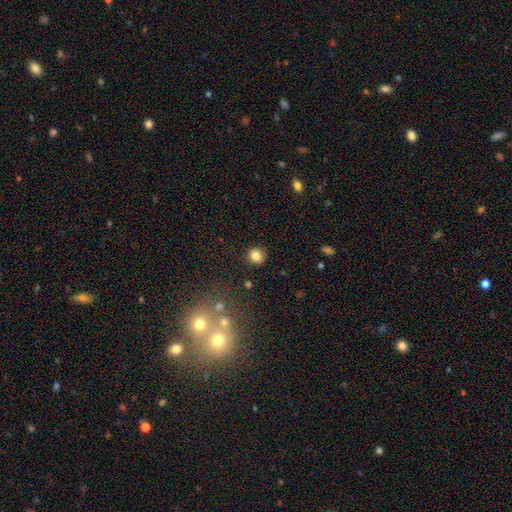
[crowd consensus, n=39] Smooth or featured? smooth (82%)
How rounded? round (69%)
Merging? none (68%)